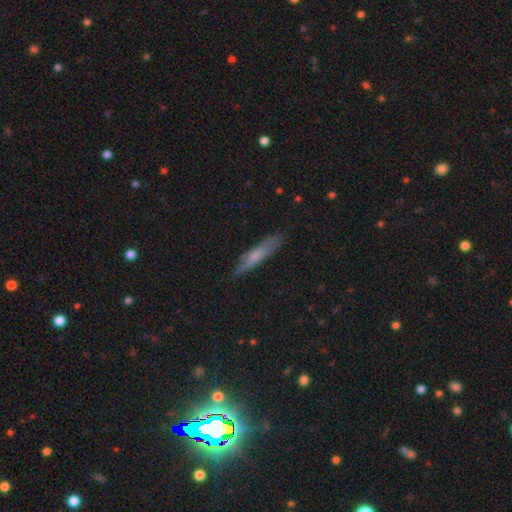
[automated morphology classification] The model was most divided on "smooth or featured": smooth: 58%, featured or disk: 34%, star or artifact: 8%. More confident: how rounded — cigar-shaped (84%); merging — none (78%).